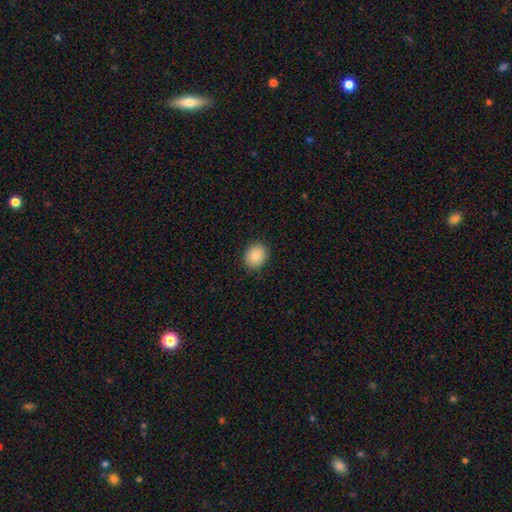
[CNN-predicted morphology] Smooth or featured? Predicted: smooth (p=0.87). How rounded? Predicted: round (p=0.58). Merging? Predicted: none (p=0.88).